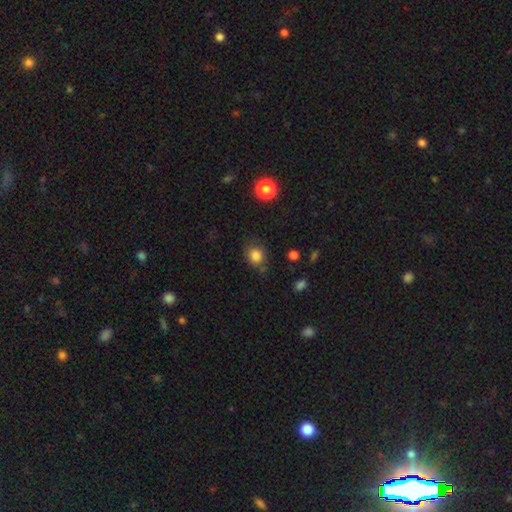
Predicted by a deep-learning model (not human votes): Smooth or featured? Predicted: smooth (p=0.83). How rounded? Predicted: round (p=0.75). Merging? Predicted: none (p=0.73).